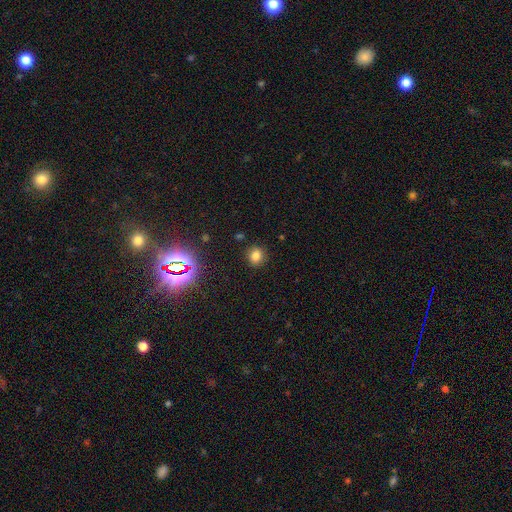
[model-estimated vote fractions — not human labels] Morphology: type=smooth (77%); roundness=round (82%); merging=none (88%).